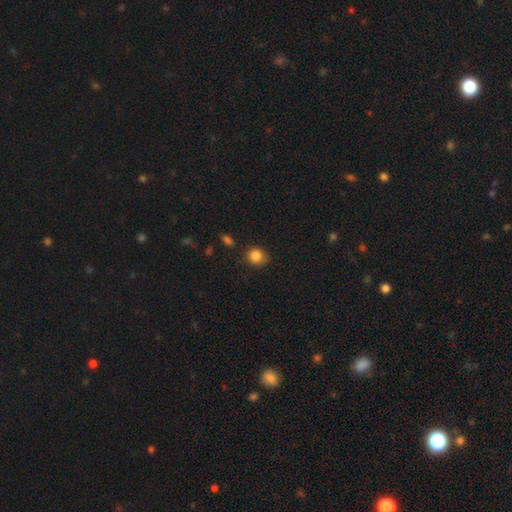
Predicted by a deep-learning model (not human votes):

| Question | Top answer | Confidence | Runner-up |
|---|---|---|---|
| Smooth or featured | smooth | 85% | star or artifact (10%) |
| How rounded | round | 75% | in between (24%) |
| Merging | none | 75% | minor disturbance (19%) |